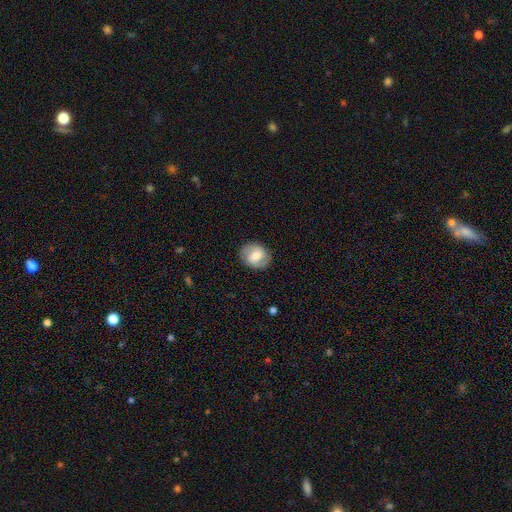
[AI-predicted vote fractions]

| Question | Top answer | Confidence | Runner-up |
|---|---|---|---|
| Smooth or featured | featured or disk | 49% | smooth (44%) |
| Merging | none | 85% | minor disturbance (11%) |